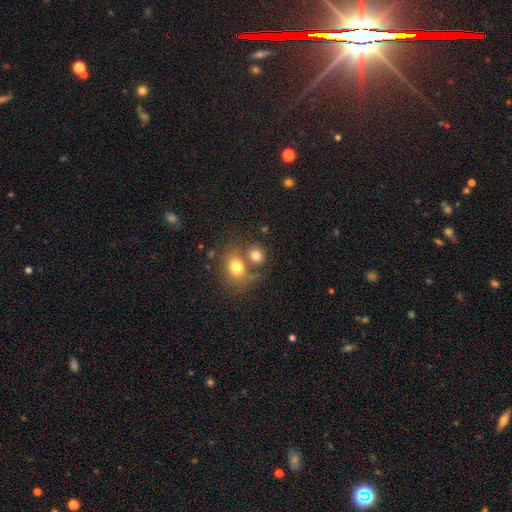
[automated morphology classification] This is likely a smooth galaxy (76%). How rounded: likely round (63%). Merging: possibly none (48%).